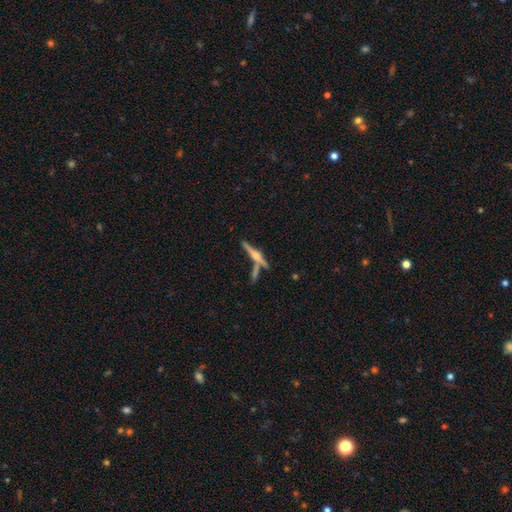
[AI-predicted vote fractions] Overall: featured or disk (78%). Edge-on disk: yes (97%). Edge-on bulge: rounded (92%). Merging: none (71%).